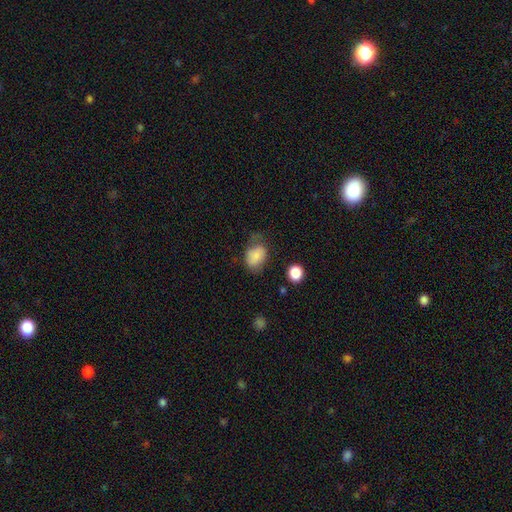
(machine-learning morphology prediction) This appears to be a smooth galaxy with no disk features (82%) that is in between round and cigar-shaped (73%). Merging: none (50%).